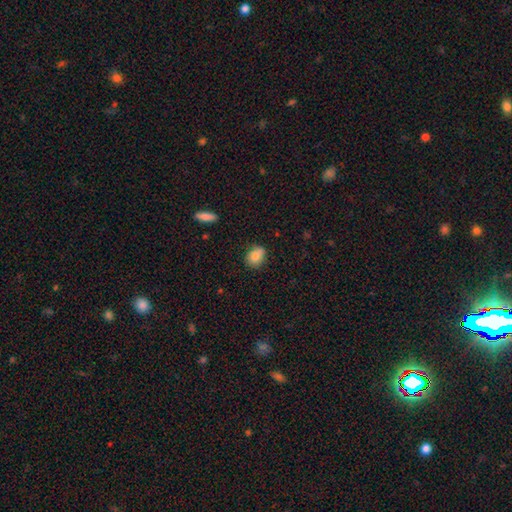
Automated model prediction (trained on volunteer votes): Smooth or featured? smooth (84%)
How rounded? in between (58%)
Merging? none (74%)